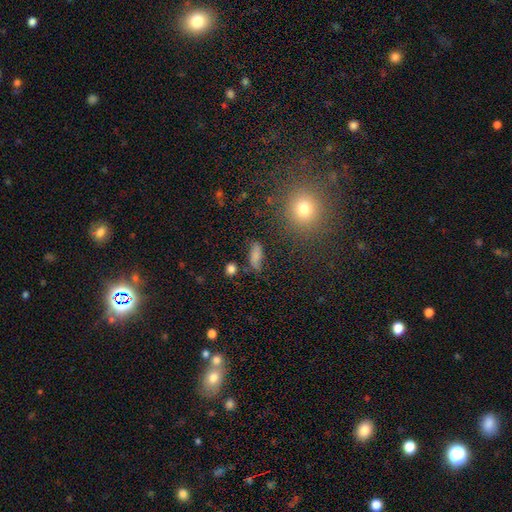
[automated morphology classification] This is likely a smooth galaxy (74%). How rounded: likely in between (69%). Merging: likely none (72%).